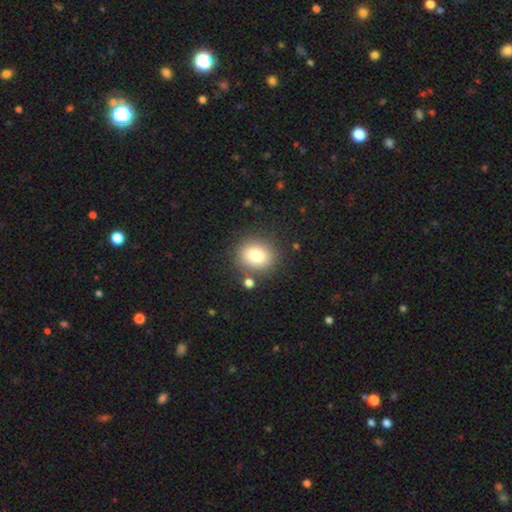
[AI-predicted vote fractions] Morphology: type=smooth (80%); roundness=round (71%); merging=none (81%).